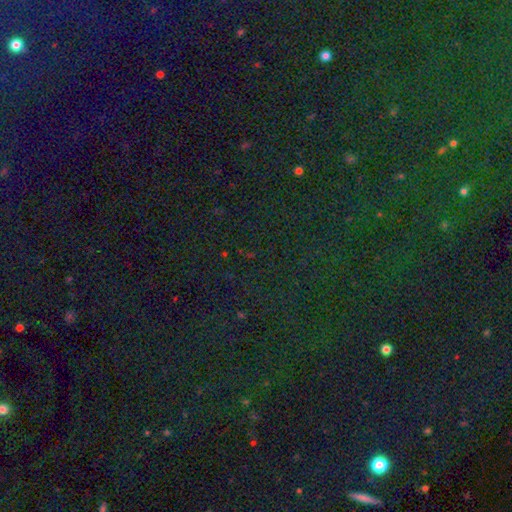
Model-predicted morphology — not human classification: smooth-or-featured: star or artifact: 83% | smooth: 10% | featured or disk: 6%